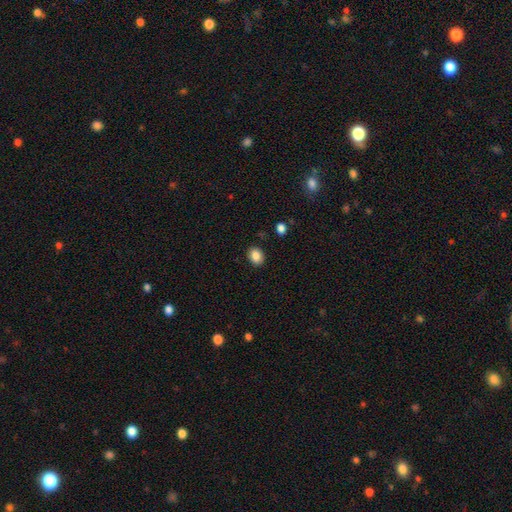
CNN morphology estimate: This appears to be a smooth galaxy with no disk features (85%) that is in between round and cigar-shaped (57%). Merging: none (88%).